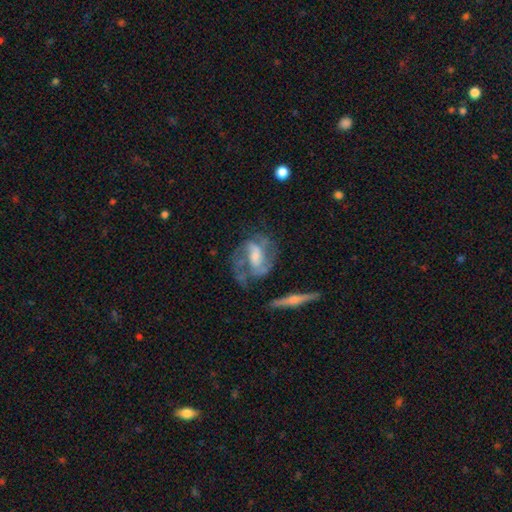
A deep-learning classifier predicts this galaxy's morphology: Smooth or featured? Predicted: featured or disk (p=0.81). Edge-on disk? Predicted: no (p=0.94). Bar? Predicted: weak (p=0.45). Spiral arms? Predicted: yes (p=0.89). Spiral winding? Predicted: medium (p=0.50). Spiral arm count? Predicted: 2 (p=0.64). Bulge size? Predicted: moderate (p=0.39). Merging? Predicted: none (p=0.54).